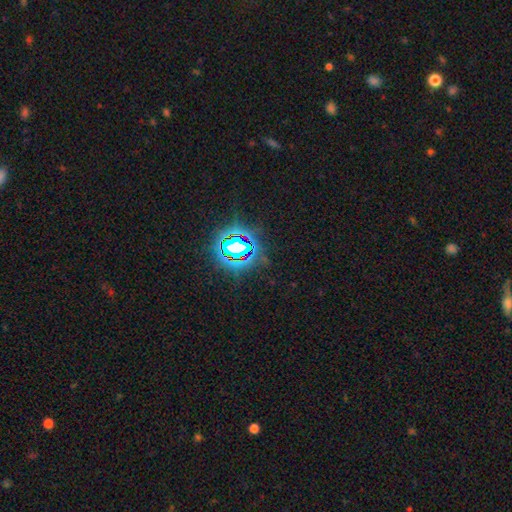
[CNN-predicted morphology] Smooth or featured? Predicted: star or artifact (p=0.81).